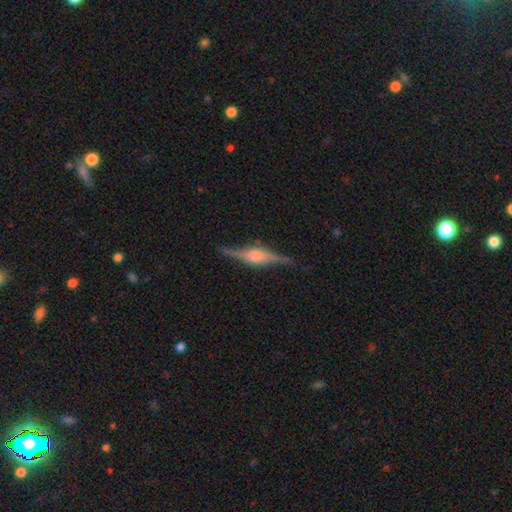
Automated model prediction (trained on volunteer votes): Smooth or featured? Predicted: featured or disk (p=0.81). Edge-on disk? Predicted: yes (p=0.97). Edge-on bulge? Predicted: rounded (p=0.71). Merging? Predicted: none (p=0.83).